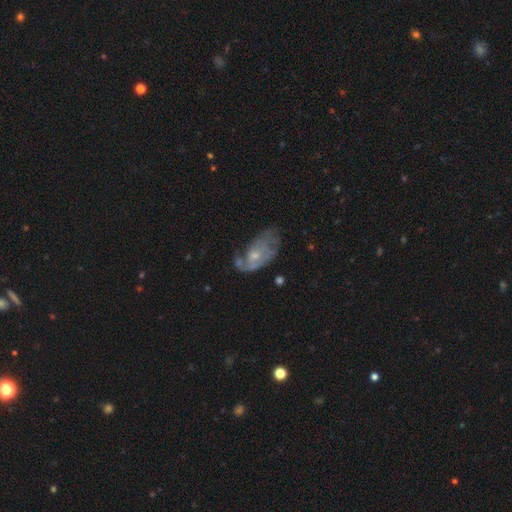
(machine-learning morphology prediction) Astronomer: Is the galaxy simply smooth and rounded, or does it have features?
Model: featured or disk — 62%.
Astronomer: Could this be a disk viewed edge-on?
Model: no — 94%.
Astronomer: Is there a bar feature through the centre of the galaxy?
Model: no — 79%.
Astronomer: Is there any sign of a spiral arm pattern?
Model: yes — 56% (runner-up: no, 44%).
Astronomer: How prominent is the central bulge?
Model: small — 58% (runner-up: moderate, 34%).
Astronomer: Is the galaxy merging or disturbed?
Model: major disturbance — 32% (runner-up: none, 31%).